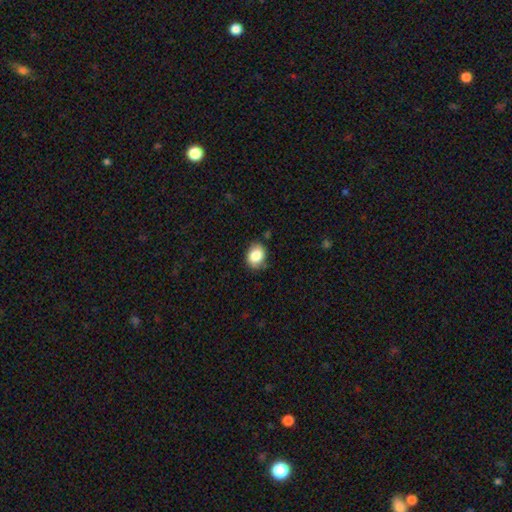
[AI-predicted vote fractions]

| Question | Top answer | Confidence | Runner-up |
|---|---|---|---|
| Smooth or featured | smooth | 85% | star or artifact (8%) |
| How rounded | in between | 59% | round (40%) |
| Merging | none | 80% | minor disturbance (15%) |